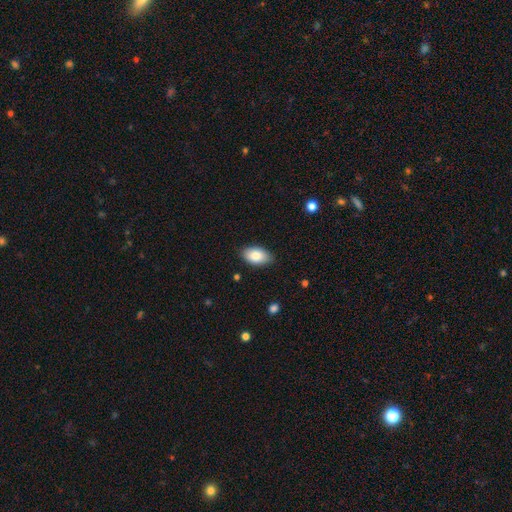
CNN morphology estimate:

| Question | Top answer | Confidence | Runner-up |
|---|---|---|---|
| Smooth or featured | smooth | 84% | featured or disk (10%) |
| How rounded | in between | 93% | round (5%) |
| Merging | none | 85% | minor disturbance (12%) |